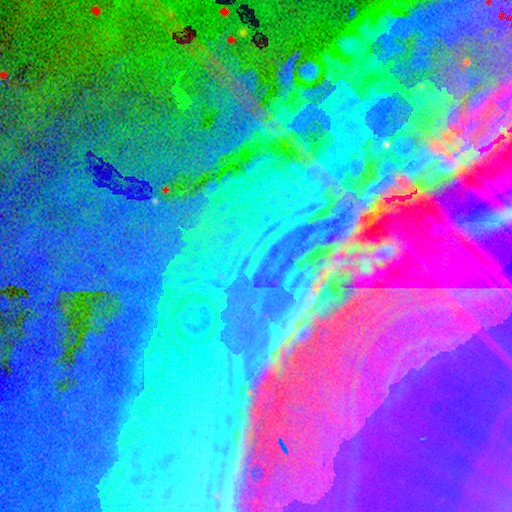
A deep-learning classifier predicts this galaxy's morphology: The model was most divided on "smooth or featured": star or artifact: 87%, featured or disk: 7%, smooth: 6%.